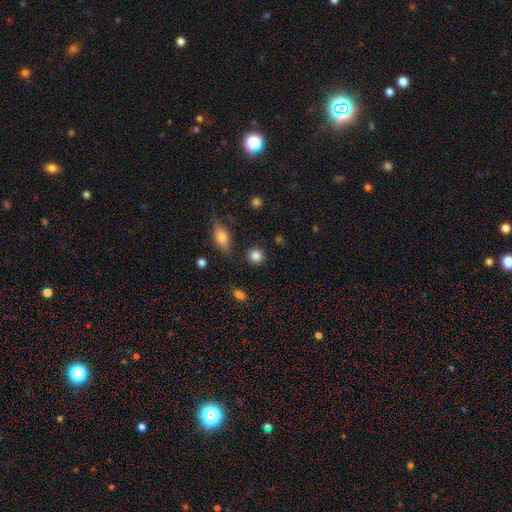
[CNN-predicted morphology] Smooth or featured? Predicted: smooth (p=0.85). How rounded? Predicted: round (p=0.89). Merging? Predicted: none (p=0.85).